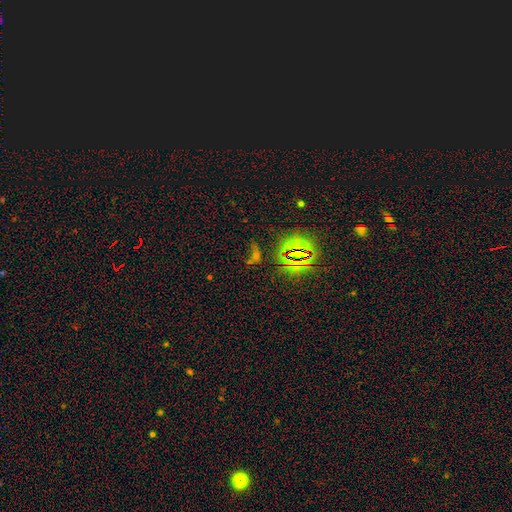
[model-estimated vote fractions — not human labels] Morphology: type=star or artifact (75%).